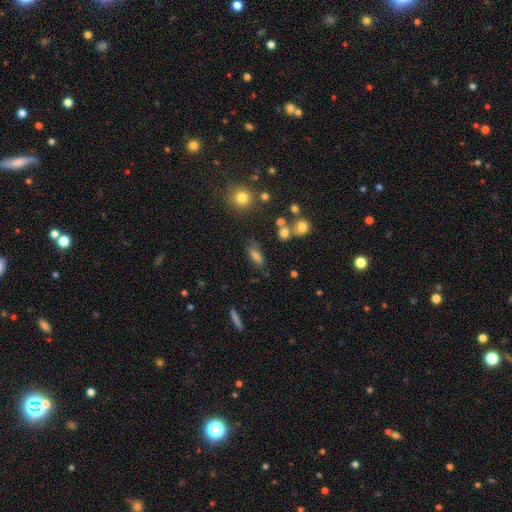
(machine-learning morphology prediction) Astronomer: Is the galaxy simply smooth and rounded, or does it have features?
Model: smooth — 71%.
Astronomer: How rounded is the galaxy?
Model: in between — 73%.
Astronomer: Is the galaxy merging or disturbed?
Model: none — 67%.